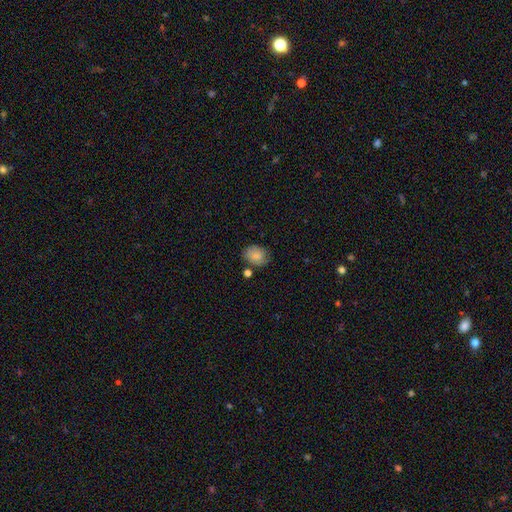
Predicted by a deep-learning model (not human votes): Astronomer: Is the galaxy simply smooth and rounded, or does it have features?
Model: smooth — 83%.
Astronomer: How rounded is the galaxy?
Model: in between — 57% (runner-up: round, 42%).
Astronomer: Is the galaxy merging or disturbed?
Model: none — 69%.